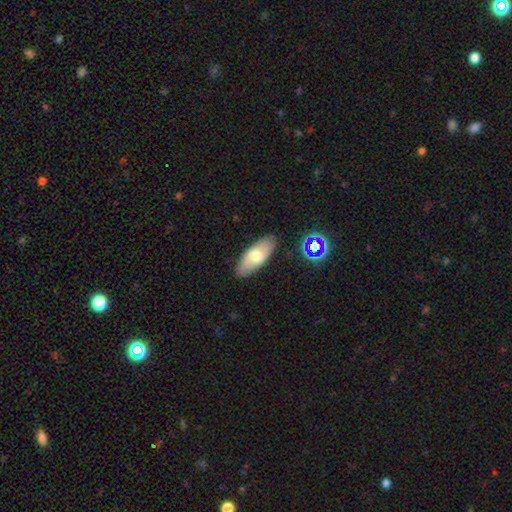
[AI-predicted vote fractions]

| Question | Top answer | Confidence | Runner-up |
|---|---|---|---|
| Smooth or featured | smooth | 64% | featured or disk (29%) |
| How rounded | in between | 82% | cigar-shaped (15%) |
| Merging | none | 86% | minor disturbance (10%) |